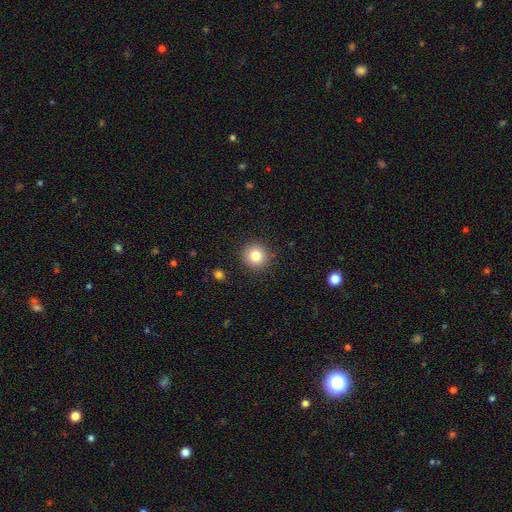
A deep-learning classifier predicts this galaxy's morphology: Smooth or featured? Predicted: smooth (p=0.82). How rounded? Predicted: round (p=0.94). Merging? Predicted: none (p=0.91).